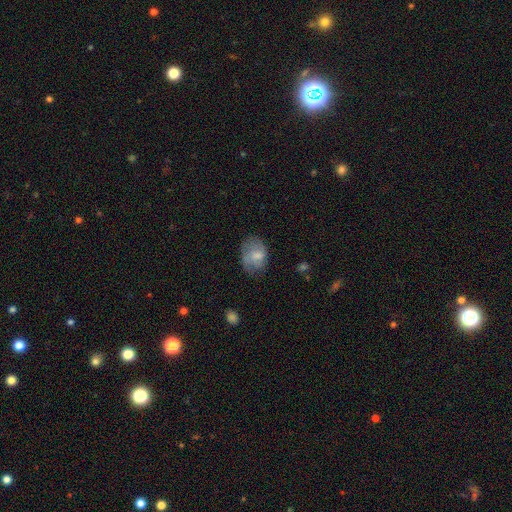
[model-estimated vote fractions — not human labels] This appears to be a smooth galaxy with no disk features (59%) that is in between round and cigar-shaped (67%). Merging: none (56%).